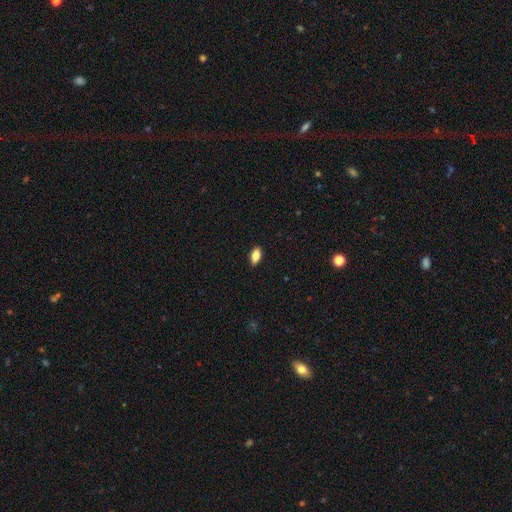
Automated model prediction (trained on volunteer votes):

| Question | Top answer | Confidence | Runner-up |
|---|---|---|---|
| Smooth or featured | smooth | 77% | featured or disk (15%) |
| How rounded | in between | 88% | cigar-shaped (8%) |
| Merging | none | 90% | minor disturbance (8%) |